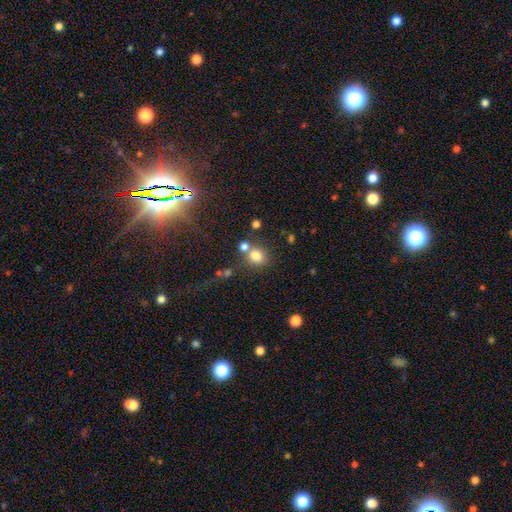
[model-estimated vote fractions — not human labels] Overall: smooth (78%). How rounded: round (80%). Merging: none (60%; merger 24%).